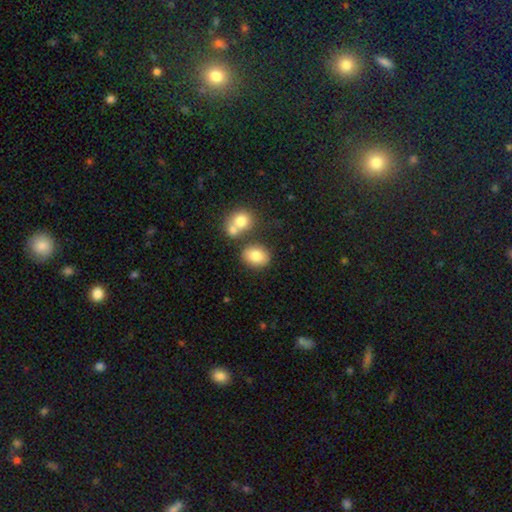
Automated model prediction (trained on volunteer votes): This appears to be a smooth galaxy with no disk features (81%) that is in between round and cigar-shaped (57%). Merging: none (69%).